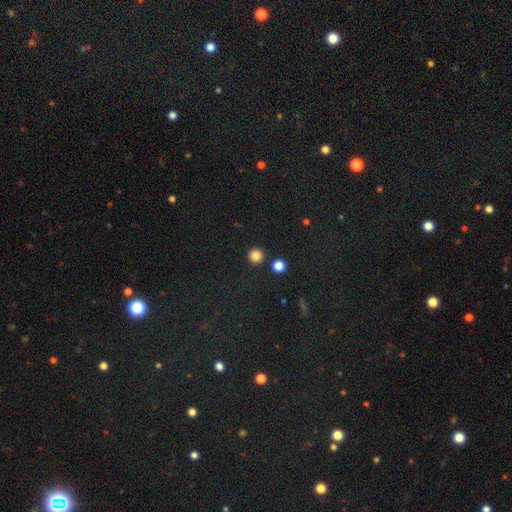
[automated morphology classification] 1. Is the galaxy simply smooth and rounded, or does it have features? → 84% smooth, 13% star or artifact, 4% featured or disk.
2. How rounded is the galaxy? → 95% round, 4% in between, 1% cigar-shaped.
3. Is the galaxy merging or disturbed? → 89% none, 5% minor disturbance, 4% merger, 2% major disturbance.